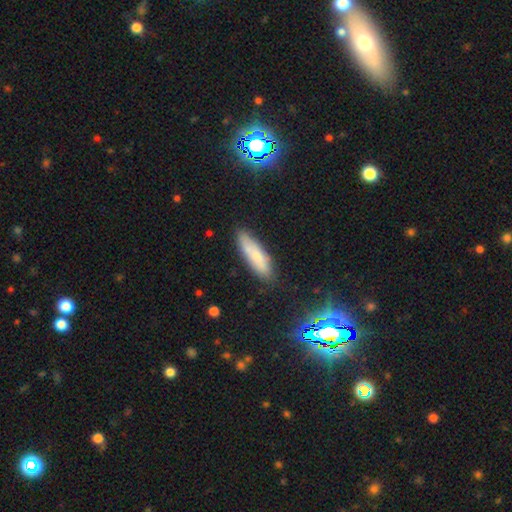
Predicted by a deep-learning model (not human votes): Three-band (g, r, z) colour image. It shows a smooth galaxy with no disk features (71%) that is cigar-shaped (62%). Merging: none (82%).